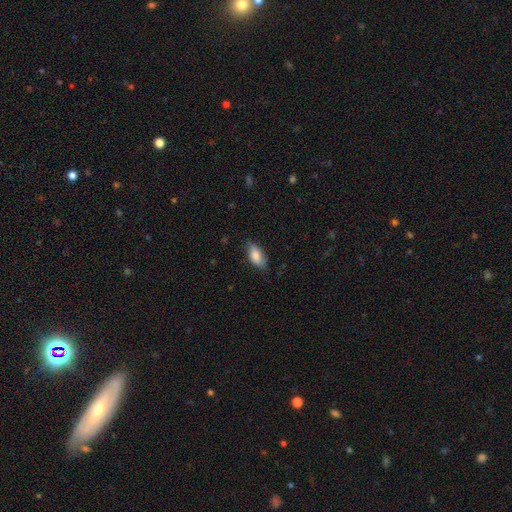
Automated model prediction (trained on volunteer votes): smooth 83%, featured or disk 11%, star or artifact 6%. Down the decision tree: how rounded — in between (90%); merging — none (75%).